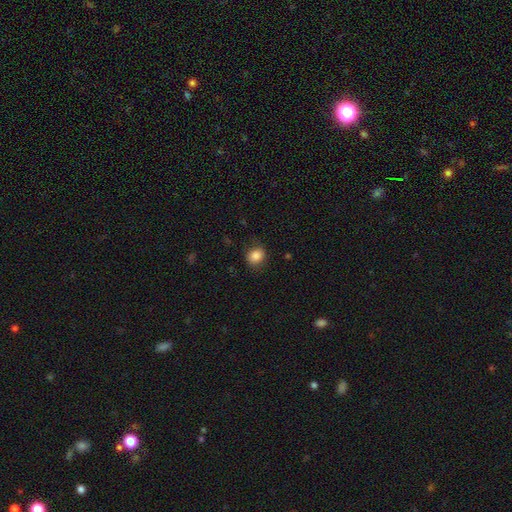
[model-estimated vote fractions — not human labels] Smooth or featured: smooth — 85% (star or artifact — 10%)
How rounded: round — 62% (in between — 37%)
Merging: none — 82% (minor disturbance — 13%)